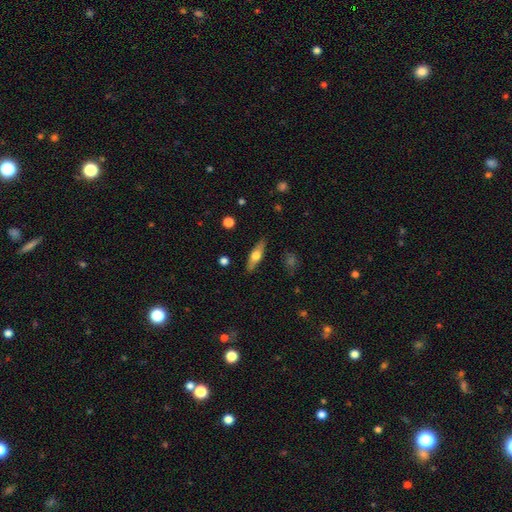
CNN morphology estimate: Q: Smooth or featured?
A: smooth (50%); runner-up: featured or disk (44%)
Q: Merging?
A: none (87%); runner-up: minor disturbance (9%)